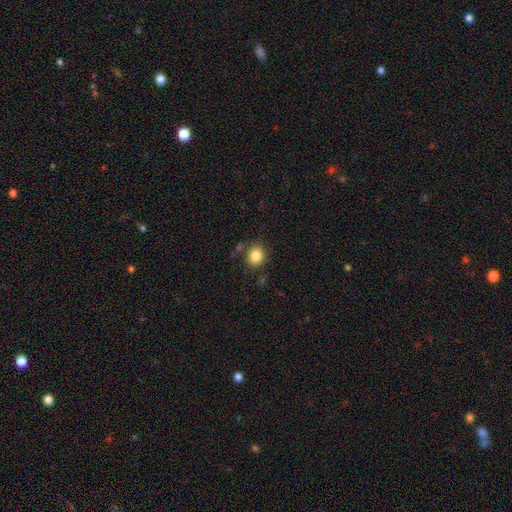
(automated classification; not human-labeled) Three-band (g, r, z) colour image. It shows a smooth galaxy with no disk features (85%) that is round (70%). Merging: none (81%).